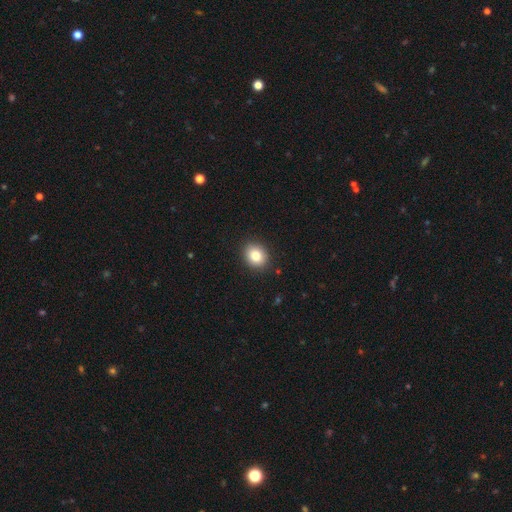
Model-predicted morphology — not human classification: This is clearly a smooth galaxy (83%). How rounded: likely round (61%). Merging: clearly none (90%).